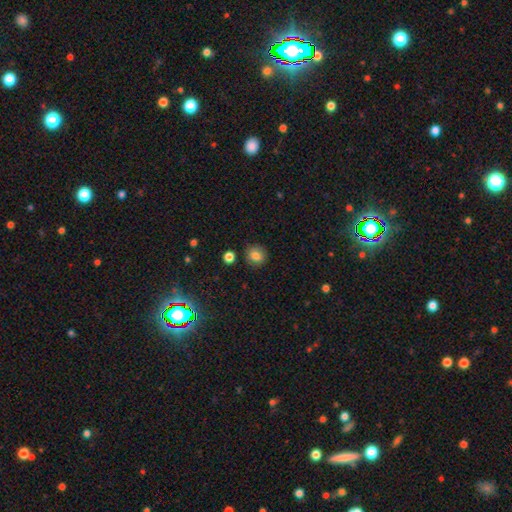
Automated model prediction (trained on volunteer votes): smooth_or_featured: smooth (p=0.82) [alt: star or artifact p=0.11]
how_rounded: round (p=0.86) [alt: in between p=0.13]
merging: none (p=0.86) [alt: minor disturbance p=0.09]